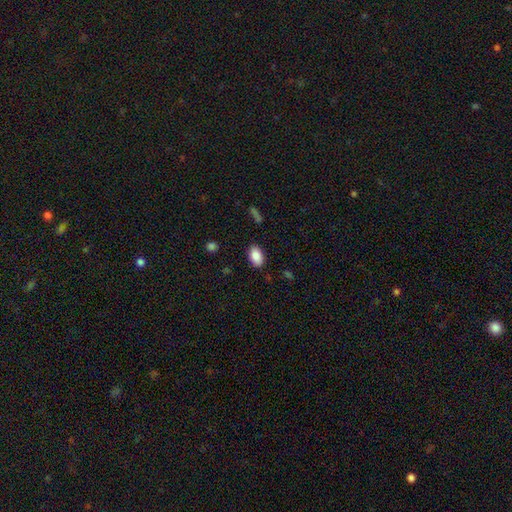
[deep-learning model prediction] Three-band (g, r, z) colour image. It shows a smooth galaxy with no disk features (87%) that is in between round and cigar-shaped (93%). Merging: none (87%).